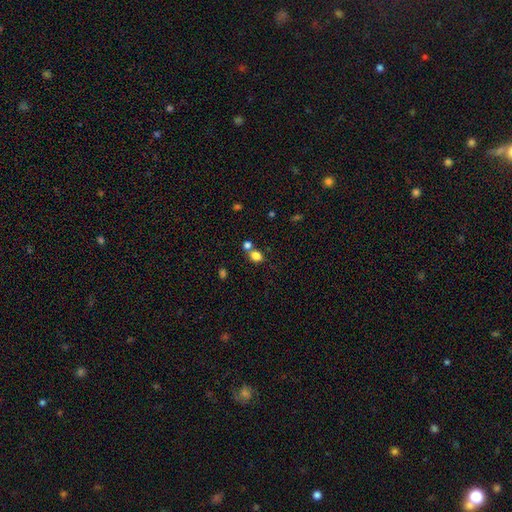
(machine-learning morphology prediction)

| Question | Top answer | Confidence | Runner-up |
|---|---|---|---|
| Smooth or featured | smooth | 81% | star or artifact (13%) |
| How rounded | round | 51% | in between (48%) |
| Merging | none | 59% | merger (26%) |